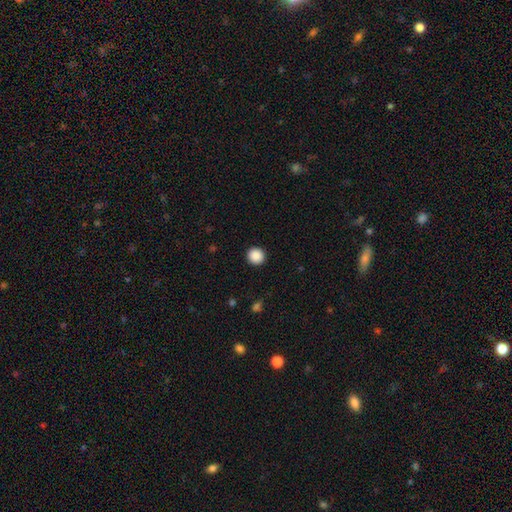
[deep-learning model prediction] Overall: smooth (89%). How rounded: round (93%). Merging: none (92%).